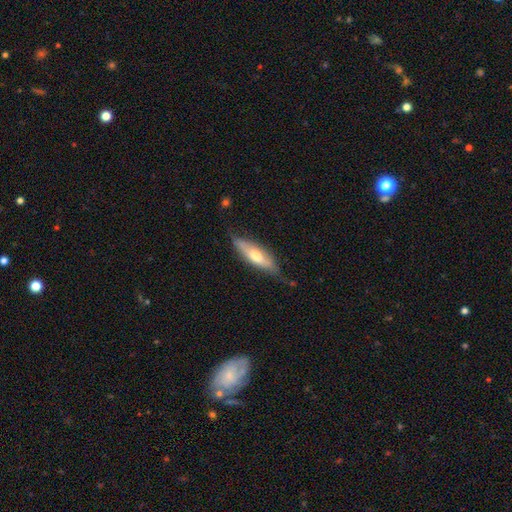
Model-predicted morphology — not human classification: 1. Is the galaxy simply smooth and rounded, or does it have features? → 48% smooth, 47% featured or disk, 6% star or artifact.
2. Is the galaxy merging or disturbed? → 65% none, 27% minor disturbance, 6% major disturbance, 2% merger.